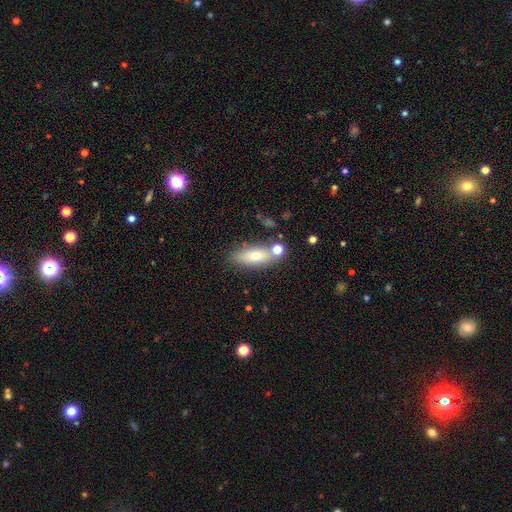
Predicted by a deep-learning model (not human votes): Smooth or featured: smooth — 70% (featured or disk — 22%)
How rounded: in between — 66% (cigar-shaped — 30%)
Merging: none — 67% (minor disturbance — 14%)